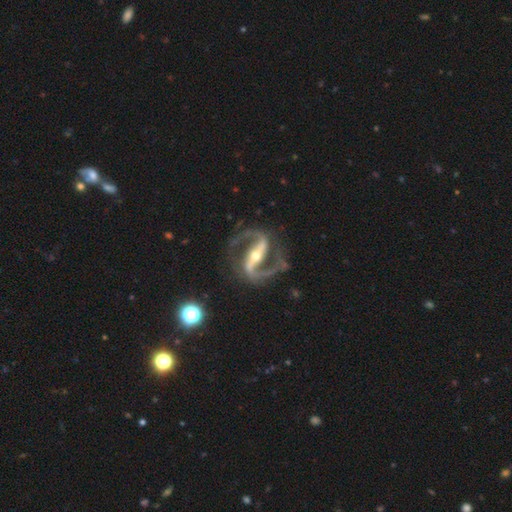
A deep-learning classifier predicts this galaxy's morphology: A featured or disk galaxy (93%) with a strong bar (74%), 2 (94%) medium (61%) spiral arms (98%) and a moderate central bulge (48%). Merging: none (80%).